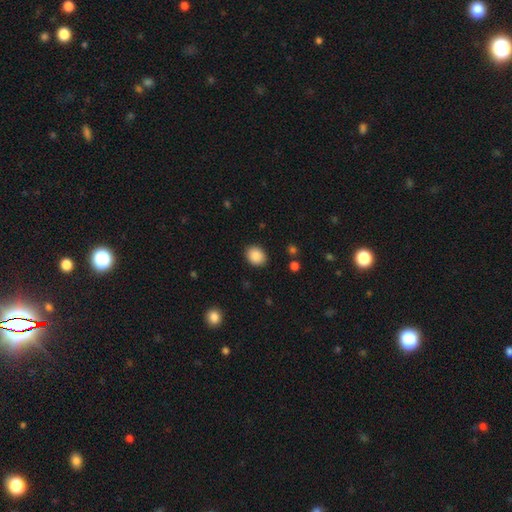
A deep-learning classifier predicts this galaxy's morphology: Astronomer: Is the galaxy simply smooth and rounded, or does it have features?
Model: smooth — 88%.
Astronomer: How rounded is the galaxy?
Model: round — 56% (runner-up: in between, 43%).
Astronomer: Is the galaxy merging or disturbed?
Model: none — 89%.